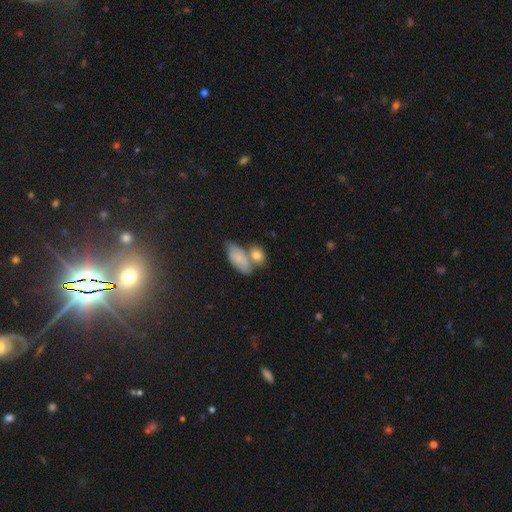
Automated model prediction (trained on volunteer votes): smooth_or_featured: smooth (p=0.65) [alt: featured or disk p=0.21]
how_rounded: in between (p=0.71) [alt: round p=0.20]
merging: none (p=0.43) [alt: merger p=0.38]